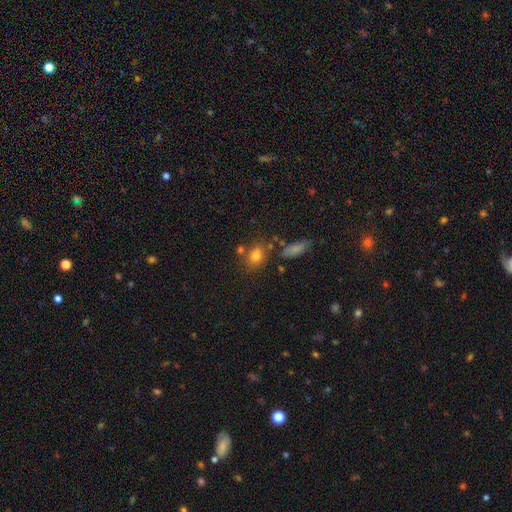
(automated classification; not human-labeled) Smooth or featured? Predicted: smooth (p=0.78). How rounded? Predicted: in between (p=0.57). Merging? Predicted: none (p=0.67).